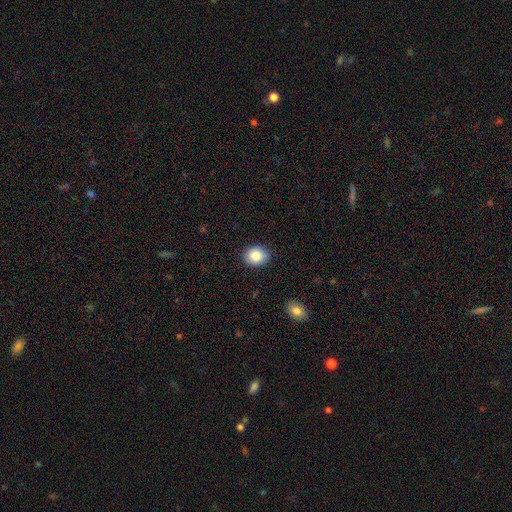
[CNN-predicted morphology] A smooth galaxy with no disk features (87%) that is round (54%). Merging: none (88%).